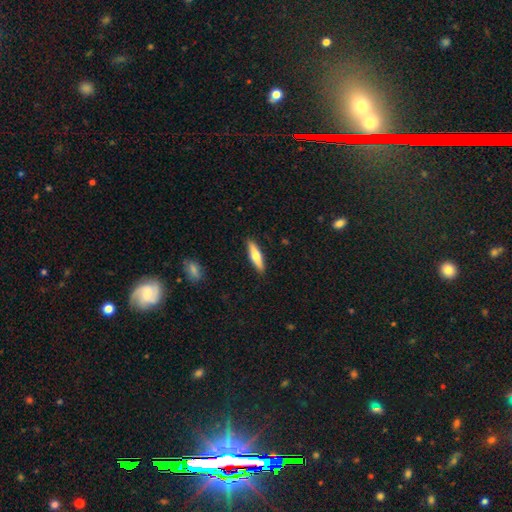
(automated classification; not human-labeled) Smooth or featured? Predicted: smooth (p=0.62). How rounded? Predicted: cigar-shaped (p=0.73). Merging? Predicted: none (p=0.90).